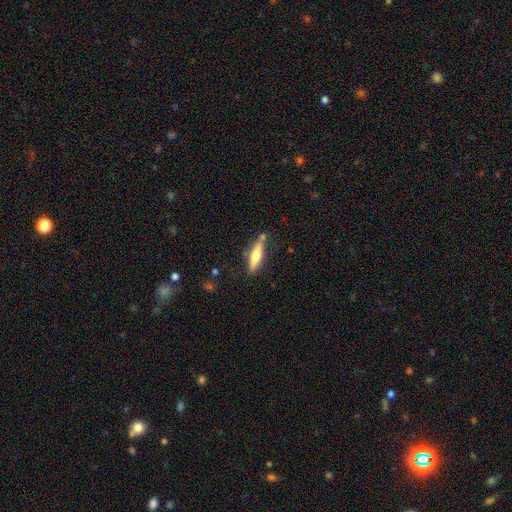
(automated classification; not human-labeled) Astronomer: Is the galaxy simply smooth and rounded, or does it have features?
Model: smooth — 47%, tied with featured or disk at 47%.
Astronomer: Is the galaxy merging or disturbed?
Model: none — 76%.